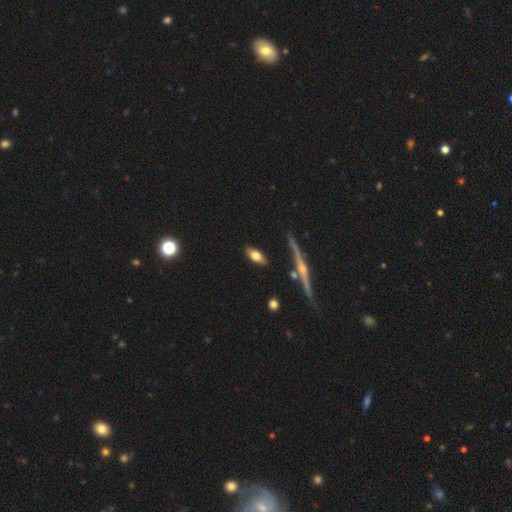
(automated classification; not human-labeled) Overall: smooth (60%; featured or disk 33%). How rounded: in between (80%). Merging: none (84%).